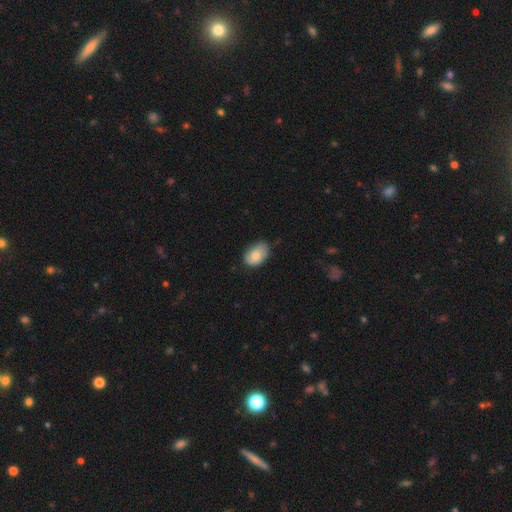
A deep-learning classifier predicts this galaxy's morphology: This appears to be a smooth galaxy with no disk features (78%) that is in between round and cigar-shaped (85%). Merging: none (64%).